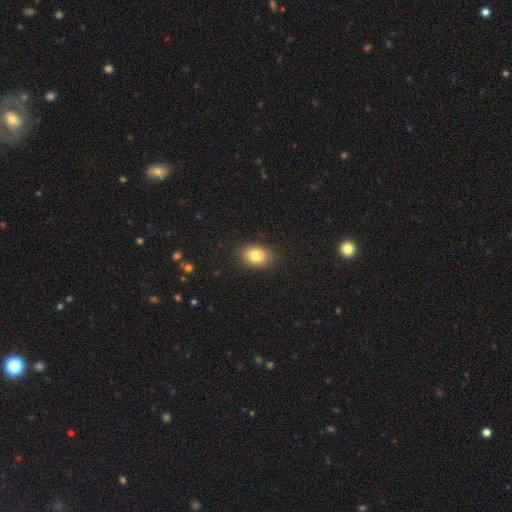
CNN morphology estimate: Smooth or featured?
  - smooth: 81% *
  - star or artifact: 10%
  - featured or disk: 9%
How rounded?
  - in between: 65% *
  - round: 34%
  - cigar-shaped: 1%
Merging?
  - none: 87% *
  - minor disturbance: 9%
  - major disturbance: 2%
  - merger: 1%